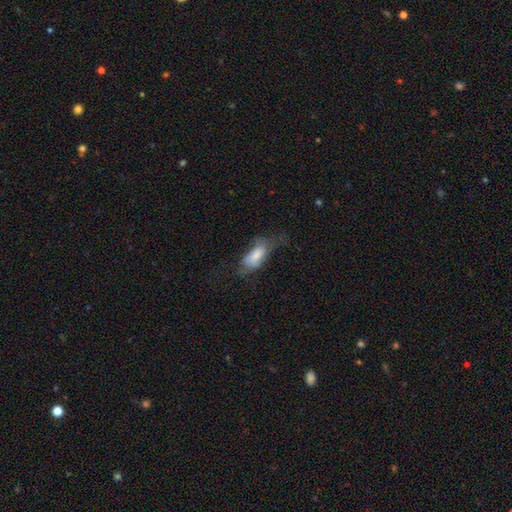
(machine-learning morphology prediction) Smooth or featured? smooth (69%)
How rounded? in between (85%)
Merging? major disturbance (35%)